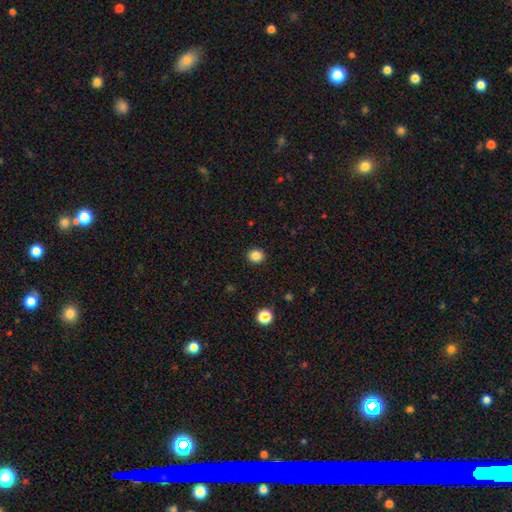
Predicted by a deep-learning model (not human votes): smooth_or_featured: smooth (p=0.85) [alt: star or artifact p=0.11]
how_rounded: round (p=0.82) [alt: in between p=0.17]
merging: none (p=0.92) [alt: minor disturbance p=0.05]